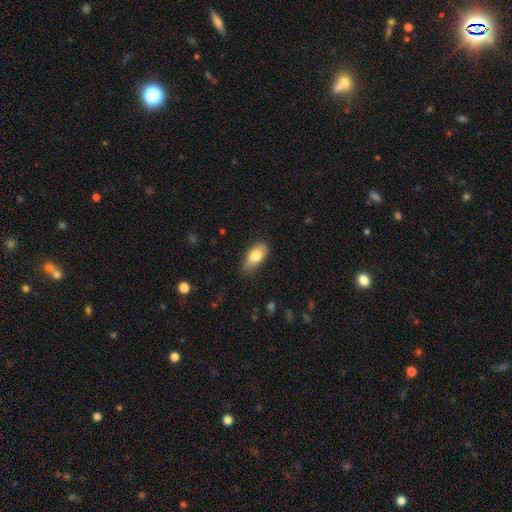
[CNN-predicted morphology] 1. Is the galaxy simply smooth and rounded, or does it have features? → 78% smooth, 15% featured or disk, 7% star or artifact.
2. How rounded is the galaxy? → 89% in between, 7% cigar-shaped, 4% round.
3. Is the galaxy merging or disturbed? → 70% none, 24% minor disturbance, 4% major disturbance, 1% merger.